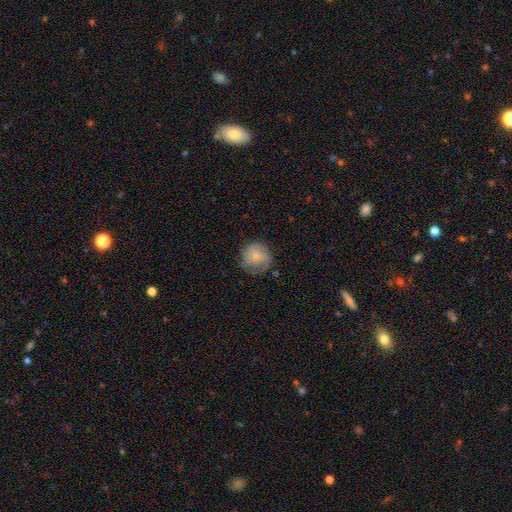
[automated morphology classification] Overall: smooth (55%; featured or disk 37%). How rounded: round (90%). Merging: none (68%).